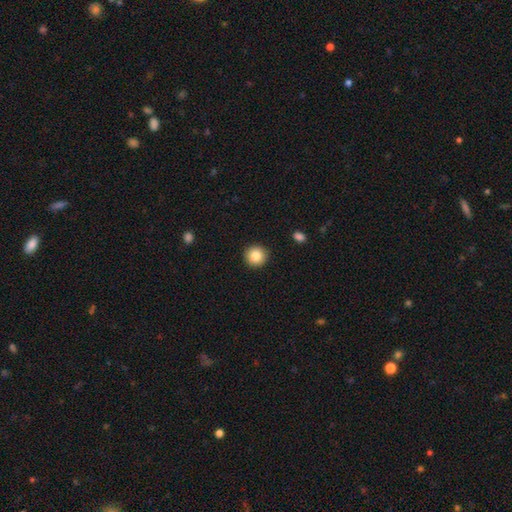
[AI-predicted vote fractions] A smooth galaxy with no disk features (84%) that is round (95%).

Vote fractions:
- Smooth or featured? smooth: 84% / star or artifact: 9% / featured or disk: 7%
- How rounded? round: 95% / in between: 4% / cigar-shaped: 1%
- Merging? none: 92% / minor disturbance: 5% / major disturbance: 2% / merger: 1%